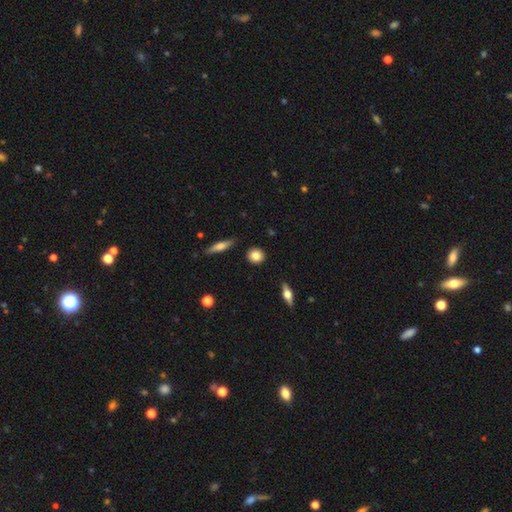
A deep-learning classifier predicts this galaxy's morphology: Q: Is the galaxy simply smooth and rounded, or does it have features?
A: smooth — 82%.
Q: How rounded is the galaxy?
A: round — 81%.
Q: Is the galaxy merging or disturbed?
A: none — 90%.